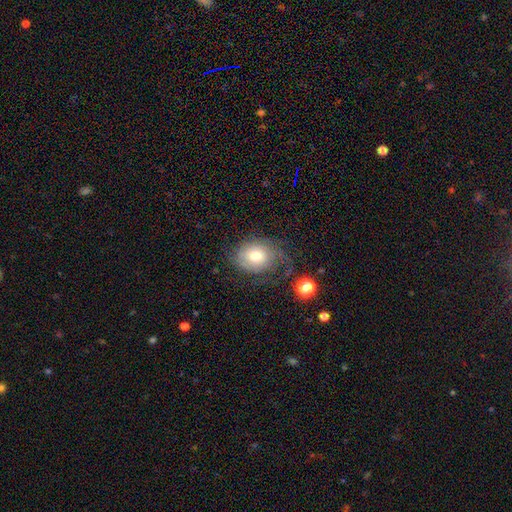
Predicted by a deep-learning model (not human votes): smooth-or-featured: smooth: 52% | featured or disk: 38% | star or artifact: 10%
  how-rounded: round: 53% | in between: 46% | cigar-shaped: 1%
  merging: none: 49% | minor disturbance: 25% | major disturbance: 23% | merger: 3%